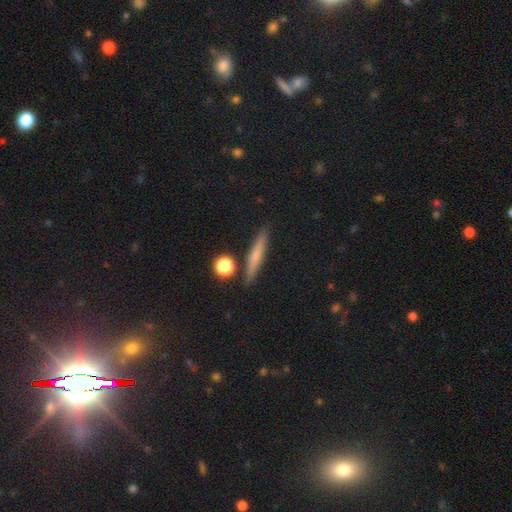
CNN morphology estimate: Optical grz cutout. It shows a smooth galaxy with no disk features (60%) that is cigar-shaped (88%). Merging: none (86%).